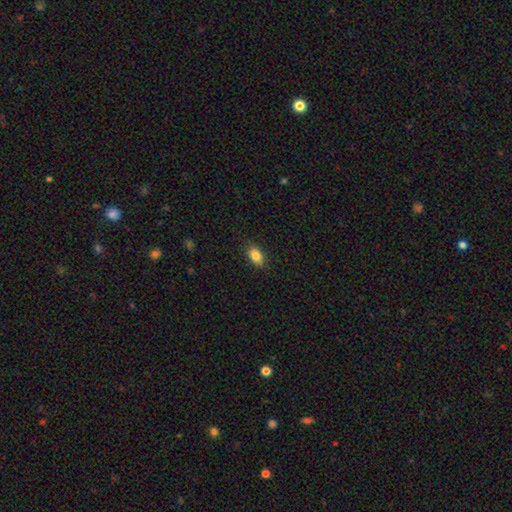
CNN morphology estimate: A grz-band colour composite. It shows a smooth galaxy with no disk features (84%) that is in between round and cigar-shaped (87%). Merging: none (87%).